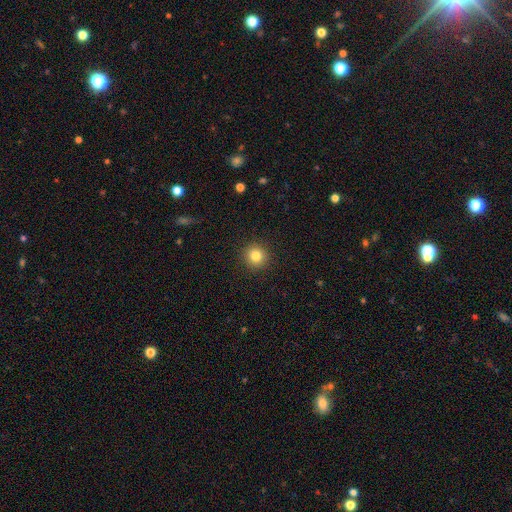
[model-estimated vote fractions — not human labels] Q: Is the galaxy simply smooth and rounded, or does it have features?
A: smooth — 83%.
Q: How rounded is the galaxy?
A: round — 93%.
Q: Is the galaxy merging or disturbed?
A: none — 92%.